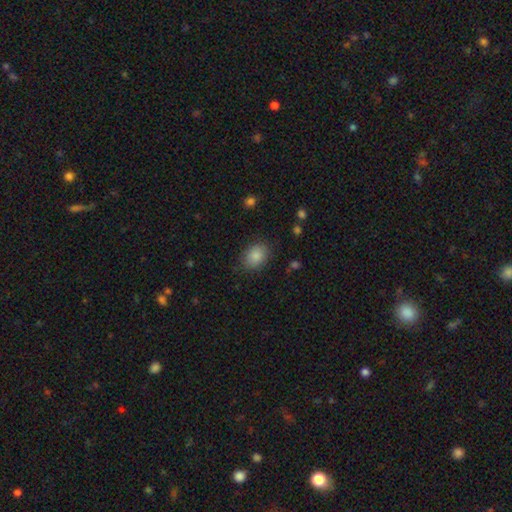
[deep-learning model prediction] Smooth or featured: smooth — 87% (star or artifact — 8%)
How rounded: in between — 68% (round — 31%)
Merging: none — 83% (minor disturbance — 12%)